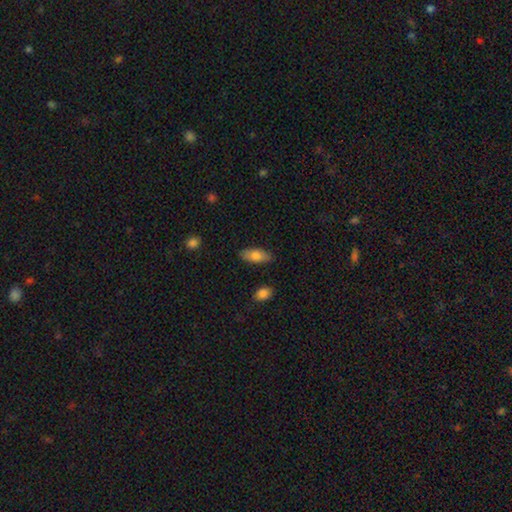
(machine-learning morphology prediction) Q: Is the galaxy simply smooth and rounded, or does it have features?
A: smooth — 78%.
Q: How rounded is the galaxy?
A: in between — 84%.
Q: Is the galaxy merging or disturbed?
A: none — 86%.